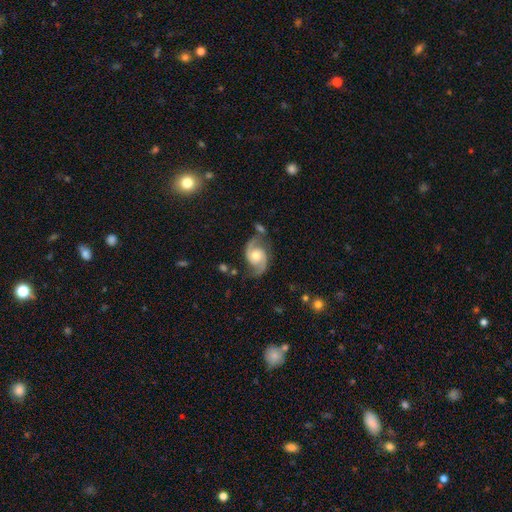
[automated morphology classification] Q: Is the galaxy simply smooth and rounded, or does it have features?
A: featured or disk — 89%.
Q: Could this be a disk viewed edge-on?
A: no — 98%.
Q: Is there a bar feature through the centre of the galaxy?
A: no — 67%.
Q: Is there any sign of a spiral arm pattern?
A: yes — 98%.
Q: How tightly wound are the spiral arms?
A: medium — 54%.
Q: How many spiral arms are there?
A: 2 — 94%.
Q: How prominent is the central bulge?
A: moderate — 66%.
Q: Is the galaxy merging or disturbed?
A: none — 72%.